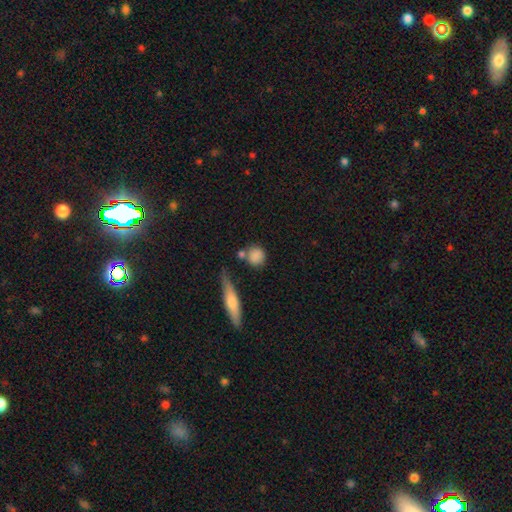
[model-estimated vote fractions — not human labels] Smooth or featured: smooth — 83% (star or artifact — 9%)
How rounded: round — 82% (in between — 14%)
Merging: none — 65% (merger — 15%)